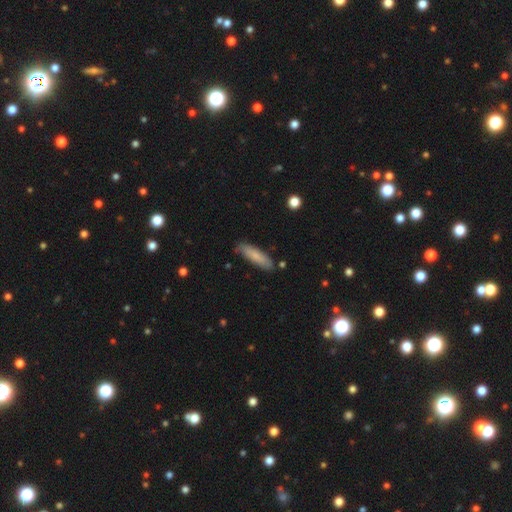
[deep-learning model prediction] A smooth galaxy with no disk features (77%) that is cigar-shaped (65%).

Vote fractions:
- Smooth or featured? smooth: 77% / featured or disk: 17% / star or artifact: 6%
- How rounded? cigar-shaped: 65% / in between: 34% / round: 1%
- Merging? none: 82% / minor disturbance: 14% / major disturbance: 2% / merger: 2%